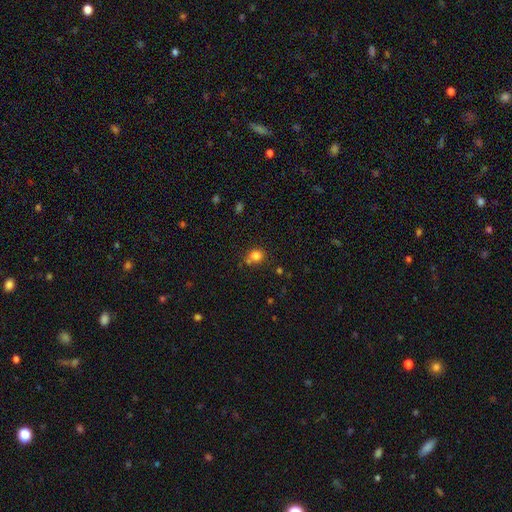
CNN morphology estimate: A smooth galaxy with no disk features (81%) that is round (78%). Merging: none (64%).